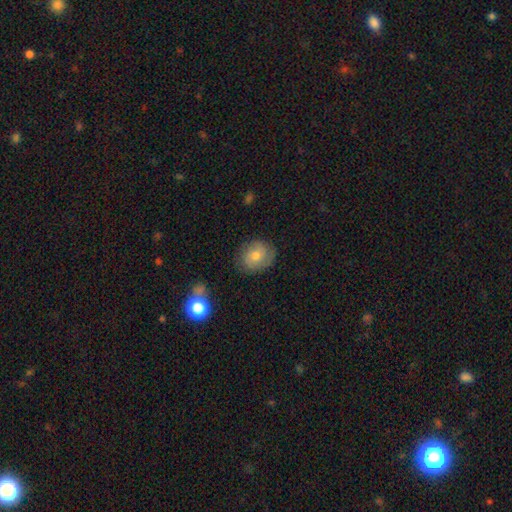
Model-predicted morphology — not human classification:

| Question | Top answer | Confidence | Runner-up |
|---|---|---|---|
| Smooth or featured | smooth | 50% | featured or disk (41%) |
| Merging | none | 76% | minor disturbance (17%) |